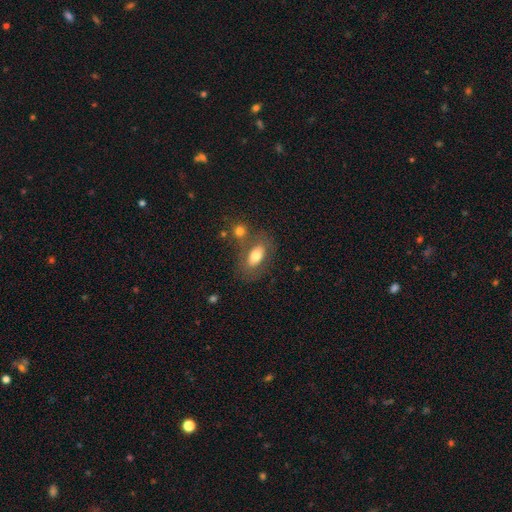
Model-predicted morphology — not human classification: type=smooth (71%); roundness=in between (89%); merging=none (63%).